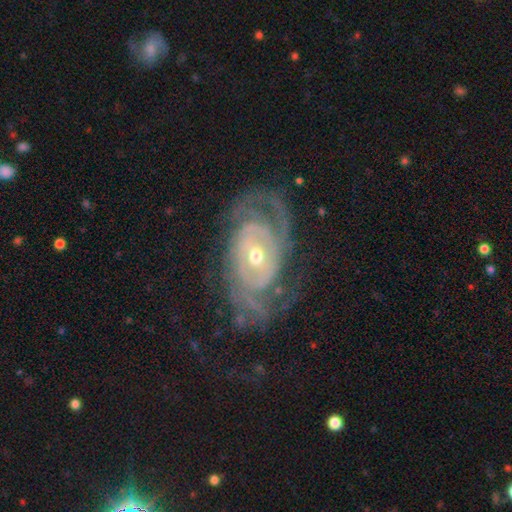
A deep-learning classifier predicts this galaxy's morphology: Overall: featured or disk (89%). Edge-on disk: no (96%). Bar: no (63%; weak 26%). Spiral arms: yes (95%). Spiral arm count: 2 (39%; can't tell 25%). Spiral winding: tight (68%). Bulge size: moderate (53%; small 43%). Merging: none (66%).